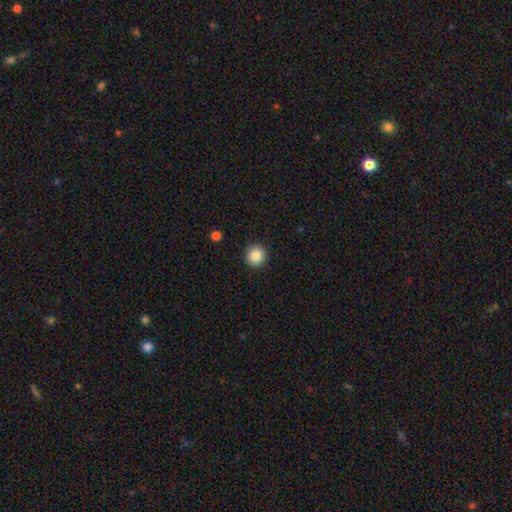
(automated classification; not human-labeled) Morphology: type=smooth (86%); roundness=round (94%); merging=none (92%).